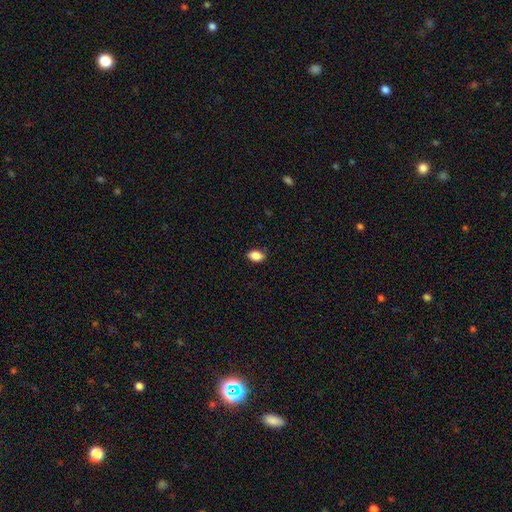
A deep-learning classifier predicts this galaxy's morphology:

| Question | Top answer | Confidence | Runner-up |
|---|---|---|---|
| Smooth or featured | smooth | 88% | star or artifact (8%) |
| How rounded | in between | 87% | round (11%) |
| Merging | none | 85% | minor disturbance (12%) |